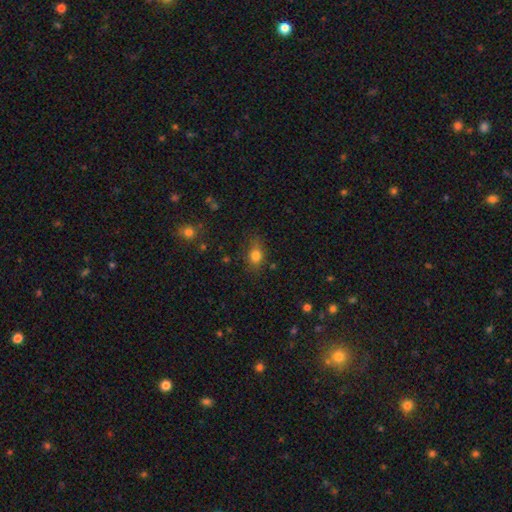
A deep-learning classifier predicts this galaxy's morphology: smooth 79%, star or artifact 13%, featured or disk 8%. Down the decision tree: how rounded — in between (58%); merging — none (69%).